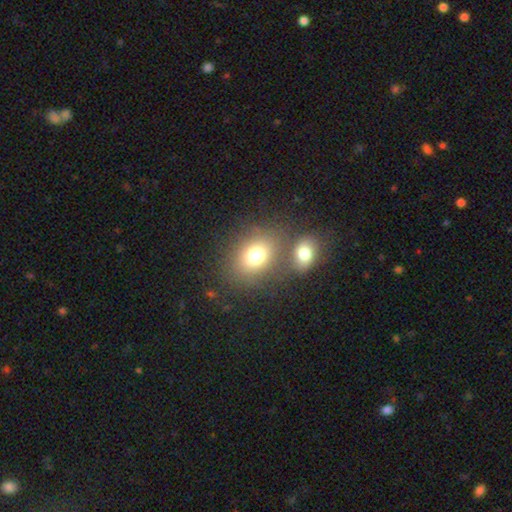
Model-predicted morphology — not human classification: Overall: smooth (76%). How rounded: in between (55%; round 44%). Merging: none (59%; merger 27%).